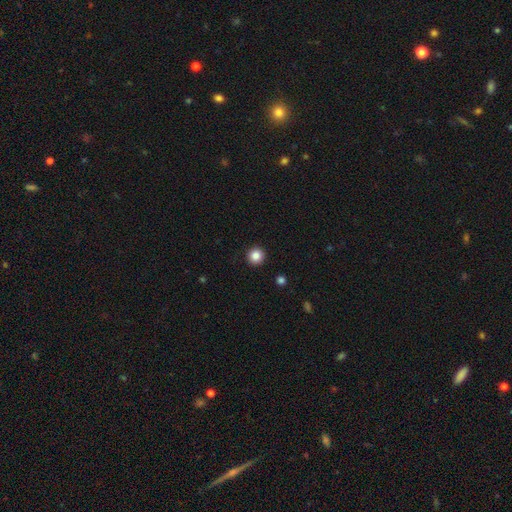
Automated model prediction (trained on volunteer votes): smooth-or-featured: smooth: 85% | star or artifact: 10% | featured or disk: 4%
  how-rounded: round: 95% | in between: 4% | cigar-shaped: 1%
  merging: none: 93% | minor disturbance: 4% | major disturbance: 2% | merger: 1%